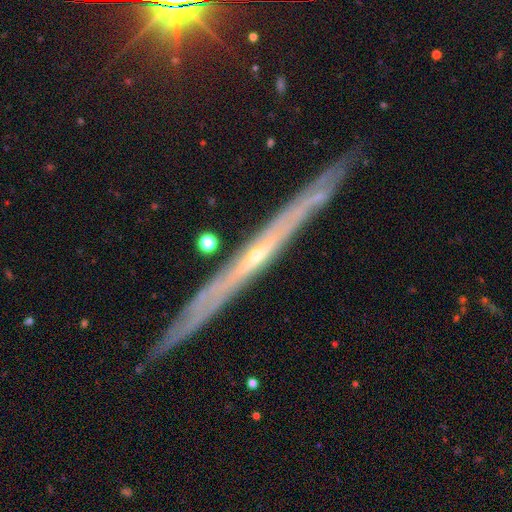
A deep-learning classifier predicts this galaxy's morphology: type=featured or disk (77%); edge-on=yes (97%); edge-on bulge=none (60%); merging=none (88%).